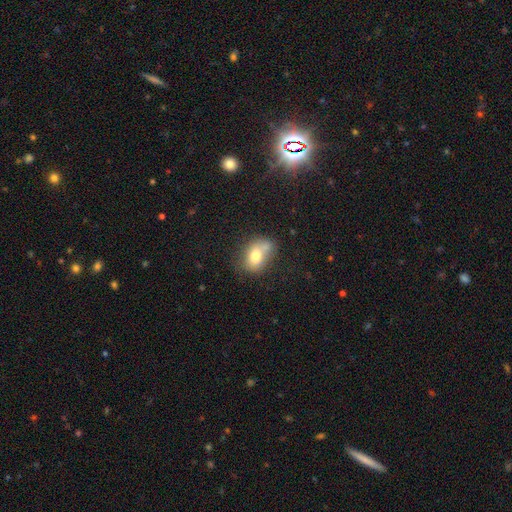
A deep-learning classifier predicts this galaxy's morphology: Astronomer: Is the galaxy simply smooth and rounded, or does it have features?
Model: smooth — 74%.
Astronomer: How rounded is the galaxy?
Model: in between — 71%.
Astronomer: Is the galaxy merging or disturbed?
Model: none — 42% (runner-up: merger, 25%).